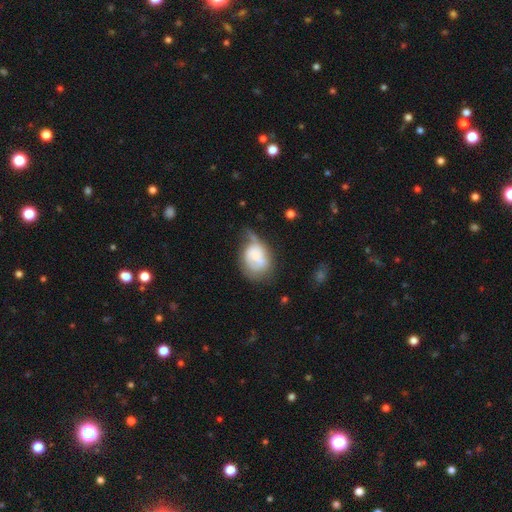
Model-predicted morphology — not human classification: A smooth galaxy with no disk features (47%).

Vote fractions:
- Smooth or featured? smooth: 47% / featured or disk: 46% / star or artifact: 8%
- Merging? minor disturbance: 34% / major disturbance: 32% / none: 27% / merger: 7%